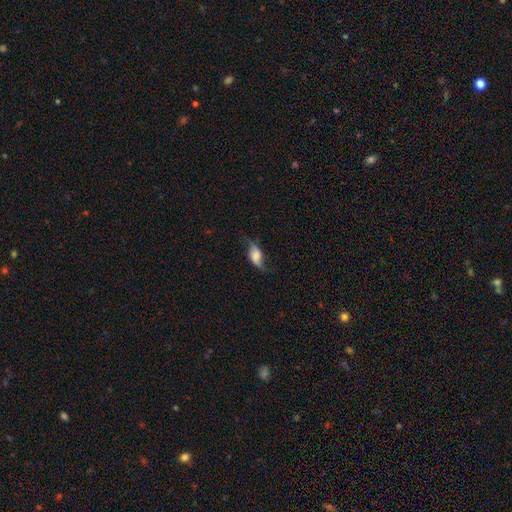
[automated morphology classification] Overall: featured or disk (58%; smooth 33%). Edge-on disk: no (87%). Bar: no (48%; weak 34%). Spiral arms: yes (89%). Bulge size: large (24%; moderate 23%). Merging: none (64%).